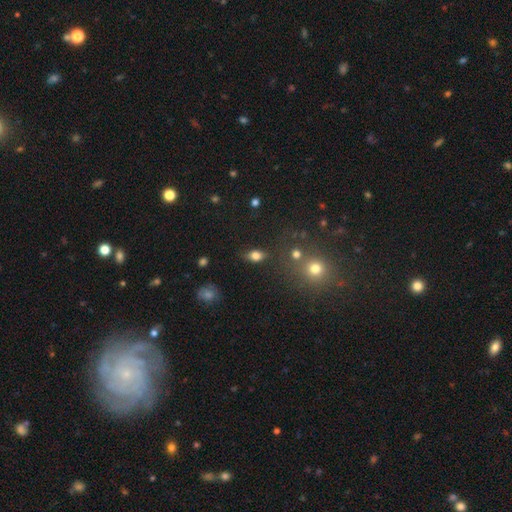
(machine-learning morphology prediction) This appears to be a smooth galaxy with no disk features (78%) that is in between round and cigar-shaped (79%). Merging: none (75%).